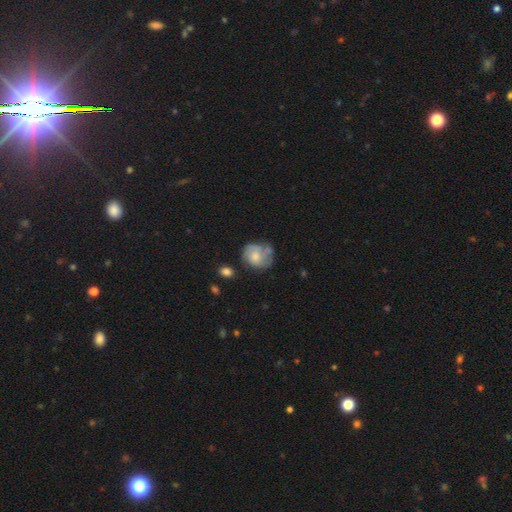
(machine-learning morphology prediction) Smooth or featured?
  - smooth: 56% *
  - featured or disk: 37%
  - star or artifact: 7%
How rounded?
  - round: 67% *
  - in between: 32%
  - cigar-shaped: 1%
Merging?
  - none: 45% *
  - minor disturbance: 29%
  - major disturbance: 16%
  - merger: 10%